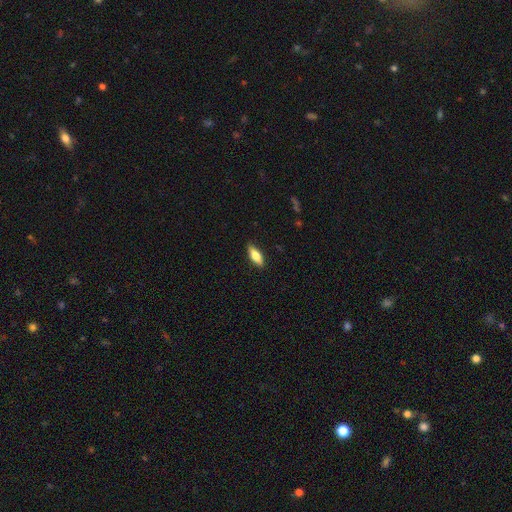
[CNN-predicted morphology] Q: Smooth or featured?
A: smooth (76%); runner-up: featured or disk (18%)
Q: How rounded?
A: in between (69%); runner-up: cigar-shaped (29%)
Q: Merging?
A: none (85%); runner-up: minor disturbance (12%)